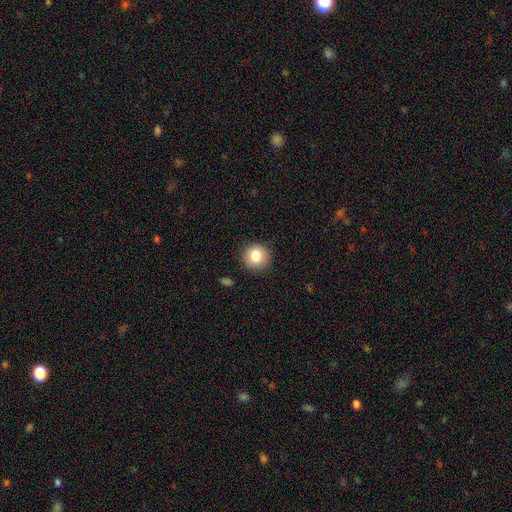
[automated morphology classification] smooth 81%, star or artifact 9%, featured or disk 9%. Down the decision tree: how rounded — round (90%); merging — none (88%).